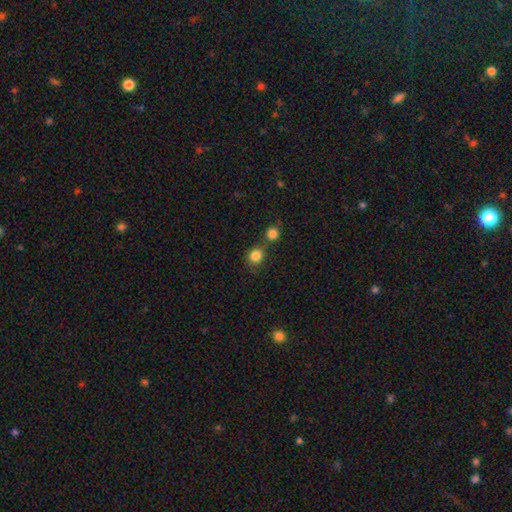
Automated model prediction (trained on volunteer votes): Smooth or featured? smooth (84%)
How rounded? round (84%)
Merging? none (62%)